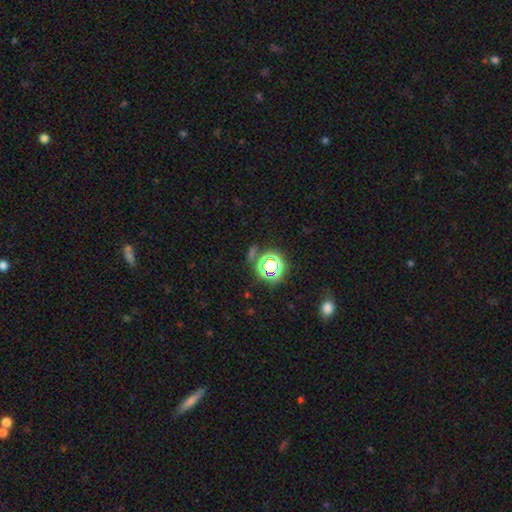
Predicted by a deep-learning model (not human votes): This is likely a star or artifact rather than a galaxy (73%).